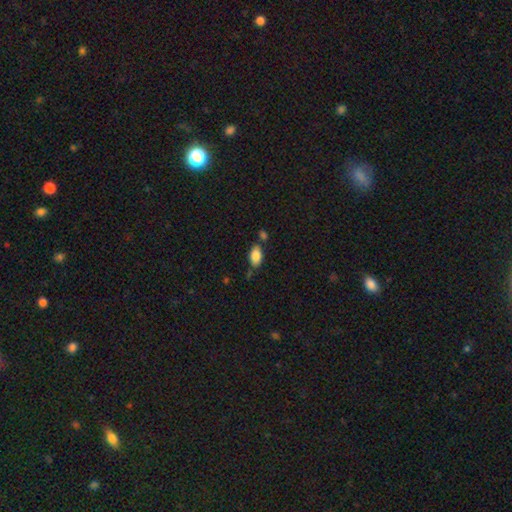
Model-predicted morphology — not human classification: A smooth galaxy with no disk features (85%) that is in between round and cigar-shaped (93%).

Vote fractions:
- Smooth or featured? smooth: 85% / star or artifact: 8% / featured or disk: 7%
- How rounded? in between: 93% / round: 4% / cigar-shaped: 3%
- Merging? none: 67% / minor disturbance: 15% / merger: 14% / major disturbance: 4%